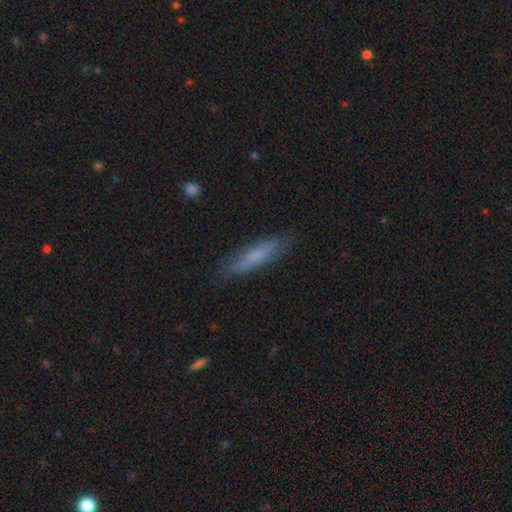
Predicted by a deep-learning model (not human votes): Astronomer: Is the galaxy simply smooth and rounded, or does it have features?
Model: smooth — 64%.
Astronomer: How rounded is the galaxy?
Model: cigar-shaped — 84%.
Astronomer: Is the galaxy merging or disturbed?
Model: none — 84%.